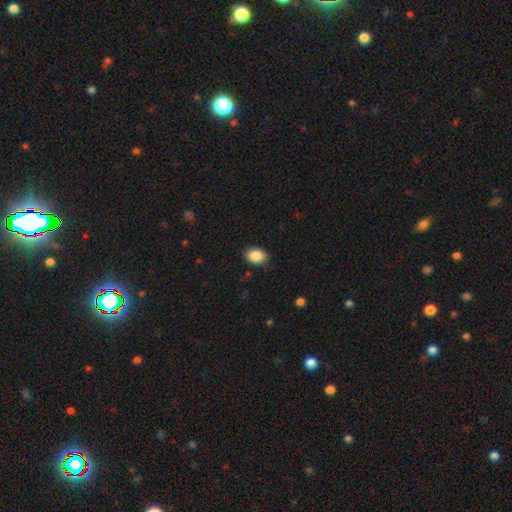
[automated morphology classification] This is clearly a smooth galaxy (88%). How rounded: likely in between (78%). Merging: clearly none (88%).